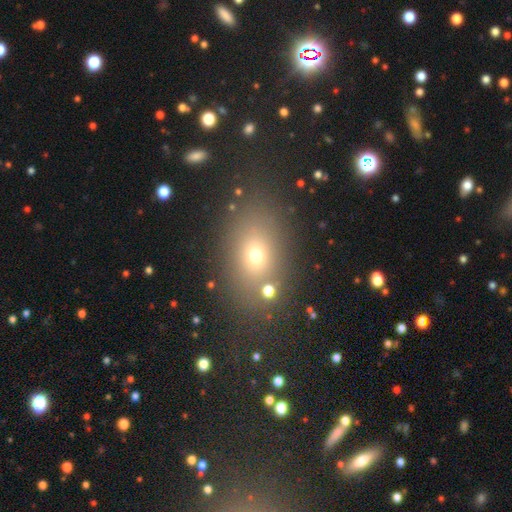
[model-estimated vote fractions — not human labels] Smooth or featured: smooth — 64% (star or artifact — 21%)
How rounded: in between — 68% (round — 29%)
Merging: none — 77% (minor disturbance — 11%)